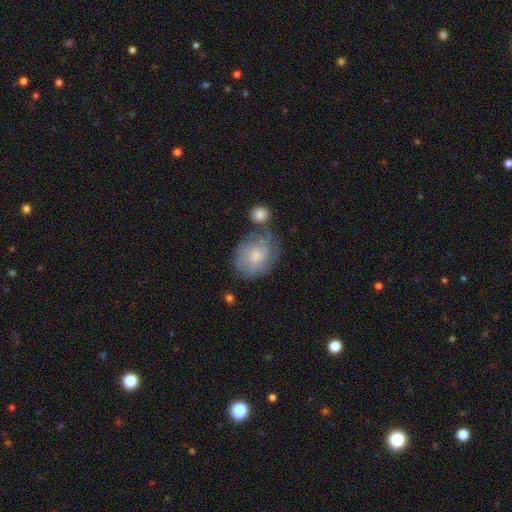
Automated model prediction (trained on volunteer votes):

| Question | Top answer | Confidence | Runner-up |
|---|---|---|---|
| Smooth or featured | smooth | 53% | featured or disk (40%) |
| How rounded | round | 50% | in between (49%) |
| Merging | none | 53% | minor disturbance (25%) |